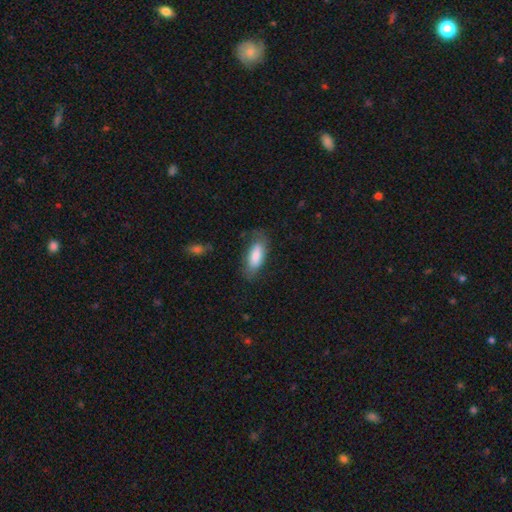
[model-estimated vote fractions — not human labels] Overall: smooth (79%). How rounded: in between (81%). Merging: none (67%).